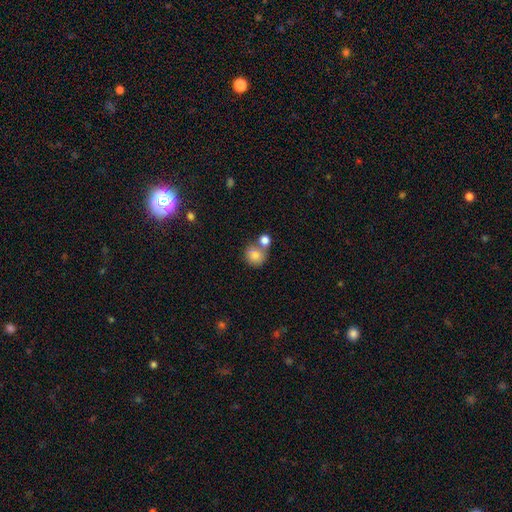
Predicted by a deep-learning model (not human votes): Overall: smooth (82%). How rounded: round (85%). Merging: none (46%; merger 39%).